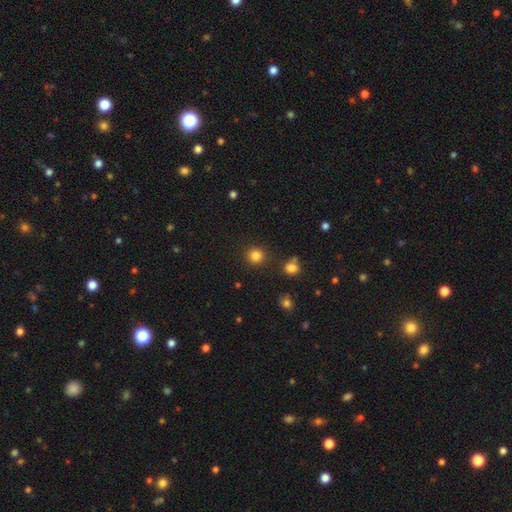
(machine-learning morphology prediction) A smooth galaxy with no disk features (83%) that is round (93%).

Vote fractions:
- Smooth or featured? smooth: 83% / star or artifact: 13% / featured or disk: 4%
- How rounded? round: 93% / in between: 6% / cigar-shaped: 1%
- Merging? none: 87% / minor disturbance: 6% / merger: 4% / major disturbance: 3%